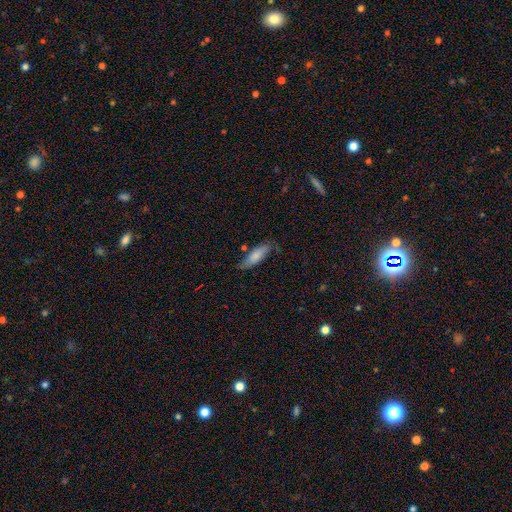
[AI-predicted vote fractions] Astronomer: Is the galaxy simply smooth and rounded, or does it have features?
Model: smooth — 76%.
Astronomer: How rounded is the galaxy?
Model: in between — 52% (runner-up: cigar-shaped, 46%).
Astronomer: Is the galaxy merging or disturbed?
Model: none — 70%.